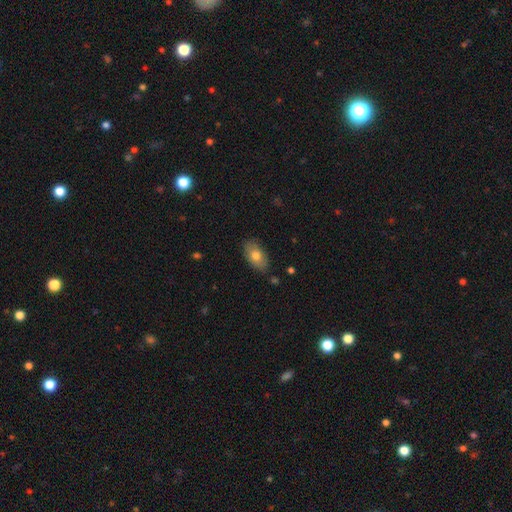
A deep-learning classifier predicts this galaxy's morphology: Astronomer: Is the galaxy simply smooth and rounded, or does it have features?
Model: smooth — 74%.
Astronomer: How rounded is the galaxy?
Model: in between — 92%.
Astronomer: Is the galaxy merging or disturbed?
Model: none — 83%.